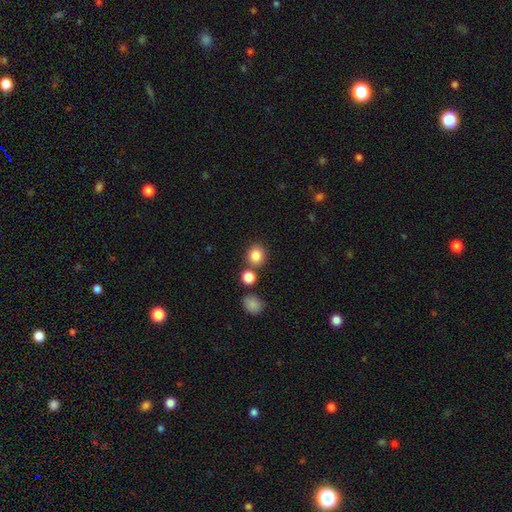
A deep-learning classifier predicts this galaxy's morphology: Smooth or featured? Predicted: smooth (p=0.84). How rounded? Predicted: round (p=0.82). Merging? Predicted: none (p=0.74).